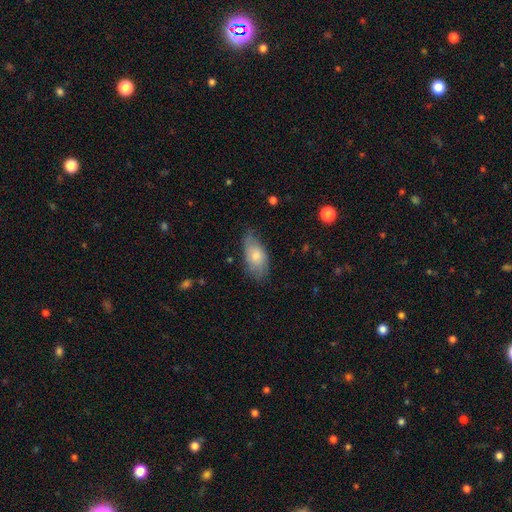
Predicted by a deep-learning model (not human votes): A smooth galaxy with no disk features (70%) that is in between round and cigar-shaped (91%). Merging: none (59%).